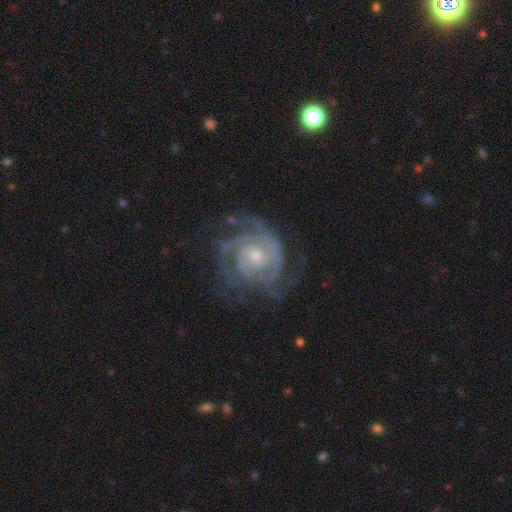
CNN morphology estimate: Smooth or featured? featured or disk (91%)
Edge-on disk? no (98%)
Bar? no (74%)
Spiral arms? yes (97%)
Spiral winding? tight (71%)
Spiral arm count? 3 (26%)
Bulge size? small (49%)
Merging? none (68%)